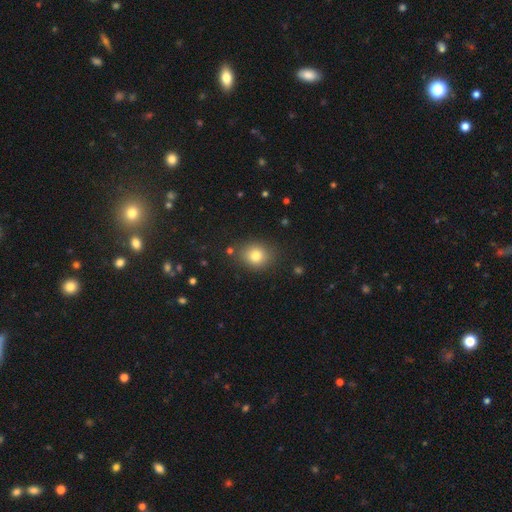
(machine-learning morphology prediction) type=smooth (79%); roundness=round (67%); merging=none (84%).